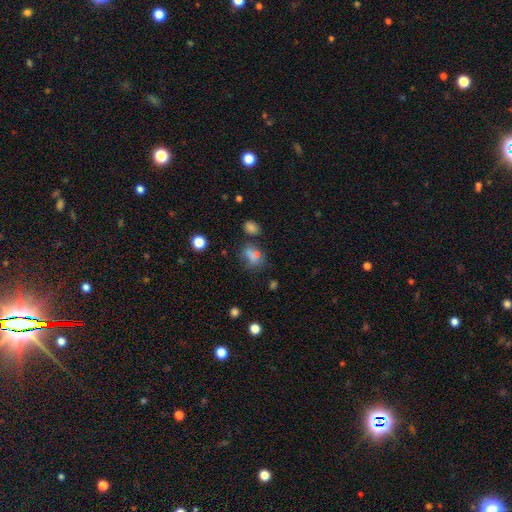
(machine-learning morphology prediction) A smooth galaxy with no disk features (55%) that is in between round and cigar-shaped (52%). Merging: none (56%).